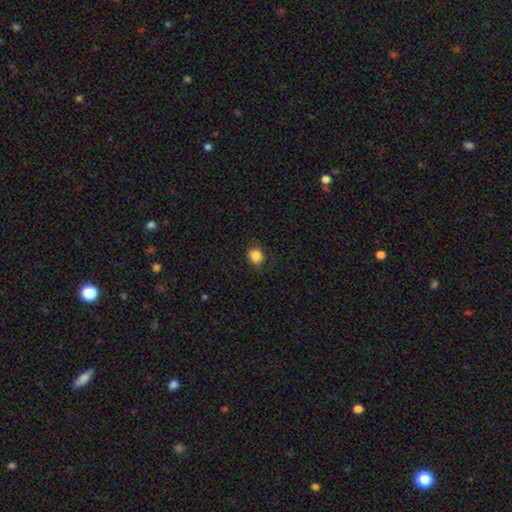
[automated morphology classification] The model was most divided on "how rounded": round: 73%, in between: 26%, cigar-shaped: 1%. More confident: smooth or featured — smooth (86%); merging — none (80%).